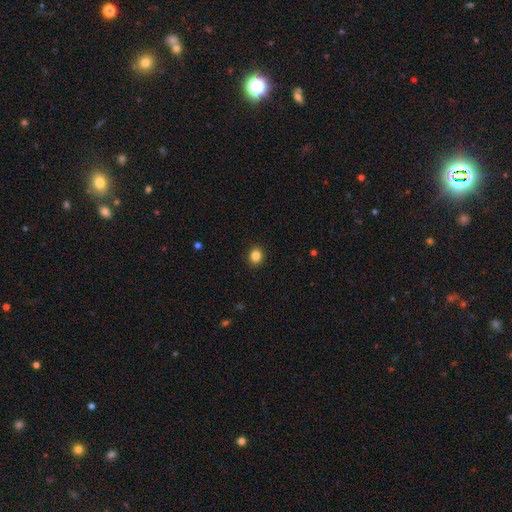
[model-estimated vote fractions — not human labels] Morphology: type=smooth (85%); roundness=round (69%); merging=none (91%).